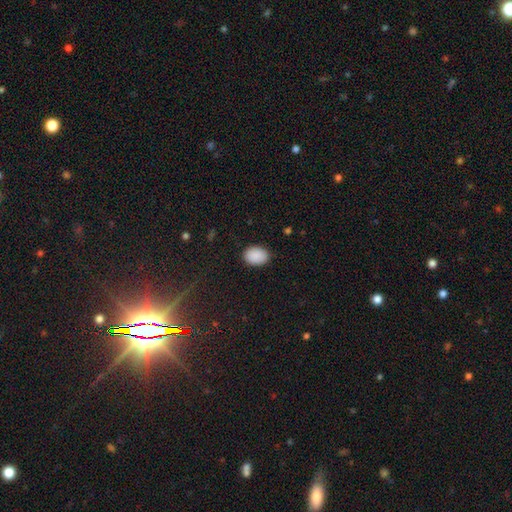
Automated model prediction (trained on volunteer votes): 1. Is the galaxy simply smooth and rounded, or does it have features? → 90% smooth, 7% star or artifact, 3% featured or disk.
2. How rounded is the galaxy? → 76% in between, 23% round, 1% cigar-shaped.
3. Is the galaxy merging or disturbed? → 88% none, 9% minor disturbance, 2% major disturbance, 1% merger.